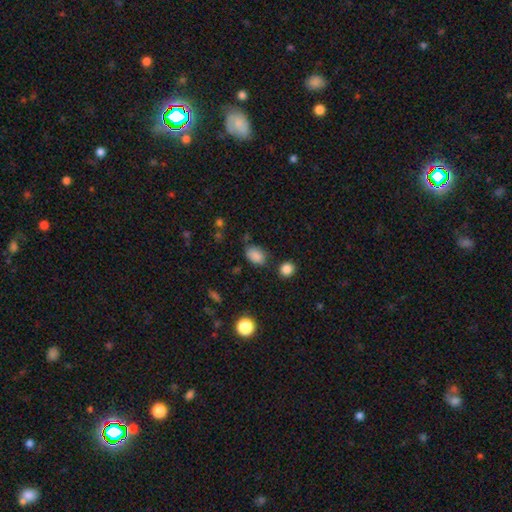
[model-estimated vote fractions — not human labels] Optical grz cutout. It shows a smooth galaxy with no disk features (86%) that is in between round and cigar-shaped (84%). Merging: none (72%).